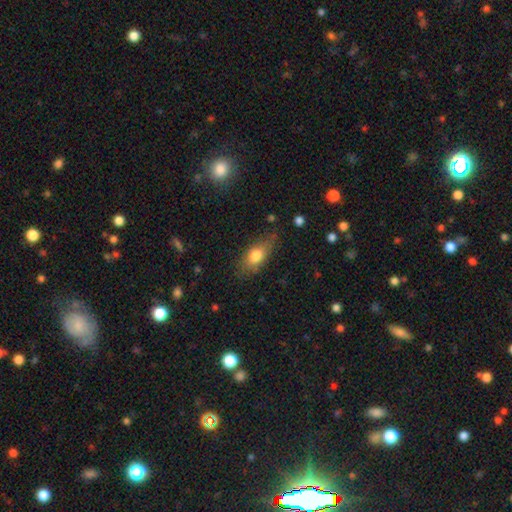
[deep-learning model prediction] Q: Smooth or featured?
A: smooth (75%); runner-up: featured or disk (17%)
Q: How rounded?
A: in between (80%); runner-up: cigar-shaped (13%)
Q: Merging?
A: none (68%); runner-up: minor disturbance (24%)